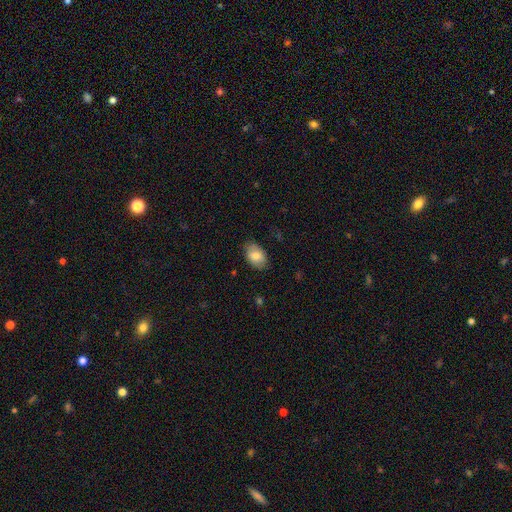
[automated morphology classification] Smooth or featured? smooth (78%)
How rounded? in between (88%)
Merging? none (80%)